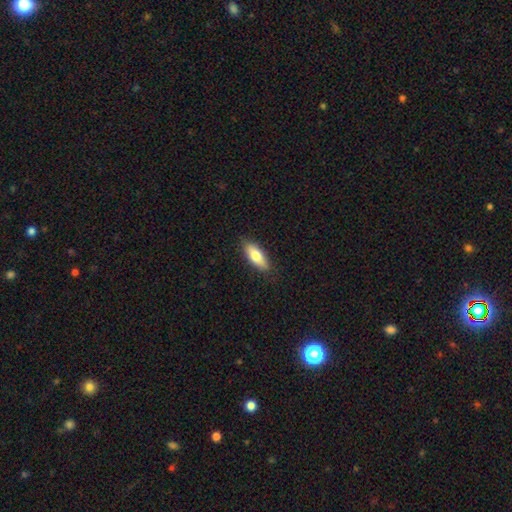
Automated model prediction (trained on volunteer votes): Morphology: type=smooth (75%); roundness=in between (71%); merging=none (87%).